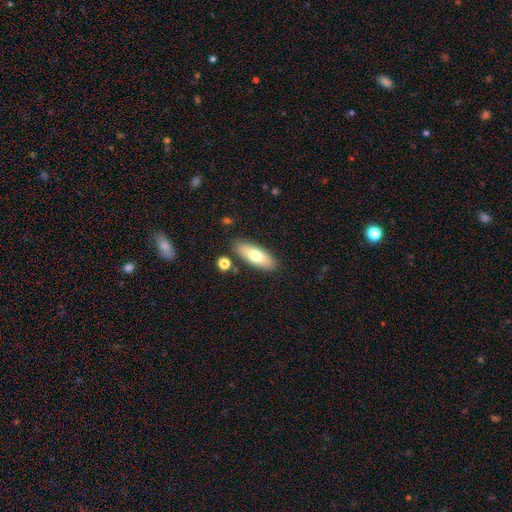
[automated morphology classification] Smooth or featured? Predicted: smooth (p=0.69). How rounded? Predicted: in between (p=0.71). Merging? Predicted: none (p=0.85).